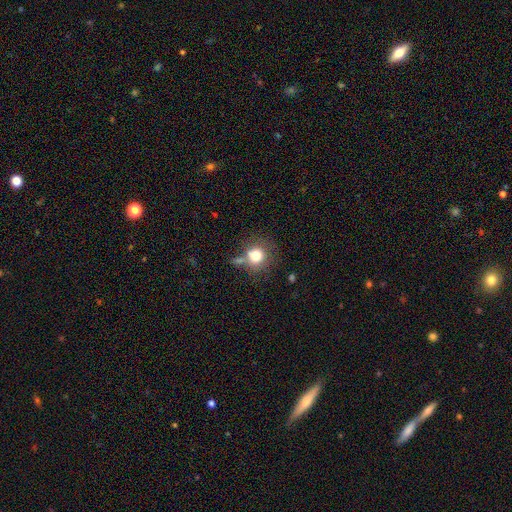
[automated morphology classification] type=smooth (77%); roundness=round (86%); merging=none (60%).